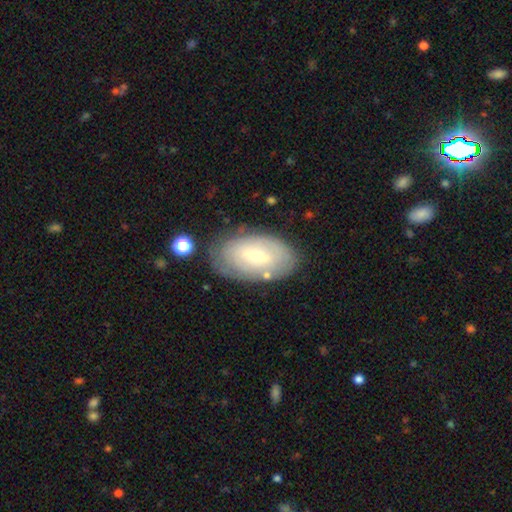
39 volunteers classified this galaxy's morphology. This appears to be a featured or disk galaxy (59%) with no bar (45%), no spiral arms (82%) and a small central bulge (55%). Merging: none (76%).